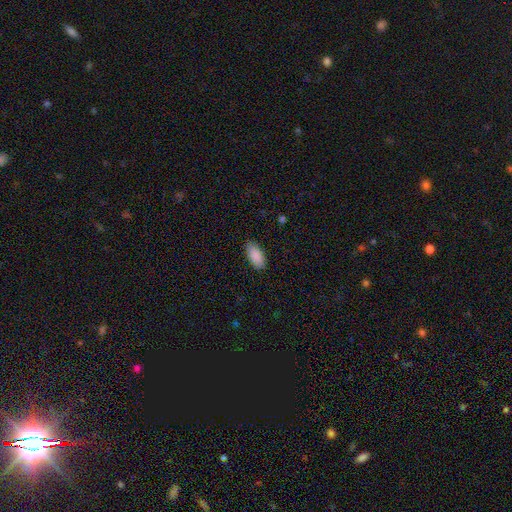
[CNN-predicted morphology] smooth 91%, star or artifact 6%, featured or disk 3%. Down the decision tree: how rounded — in between (92%); merging — none (87%).